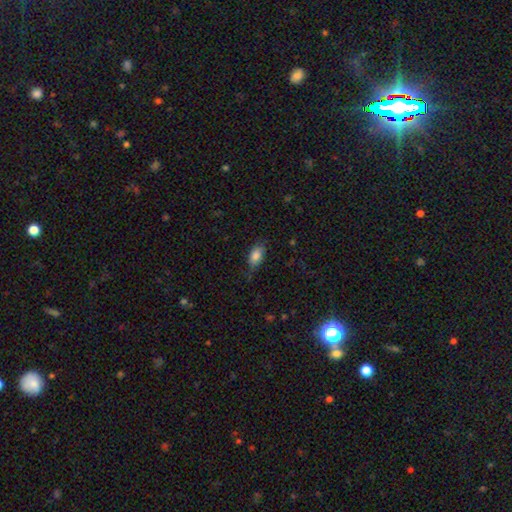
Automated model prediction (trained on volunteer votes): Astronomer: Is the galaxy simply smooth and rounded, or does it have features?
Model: smooth — 84%.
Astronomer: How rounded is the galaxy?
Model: in between — 89%.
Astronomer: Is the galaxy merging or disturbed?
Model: none — 70%.